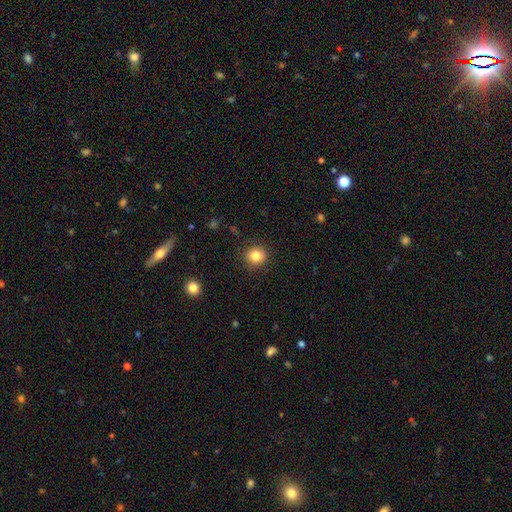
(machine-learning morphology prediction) smooth-or-featured: smooth: 83% | star or artifact: 11% | featured or disk: 6%
  how-rounded: round: 88% | in between: 11% | cigar-shaped: 1%
  merging: none: 89% | minor disturbance: 7% | major disturbance: 2% | merger: 1%